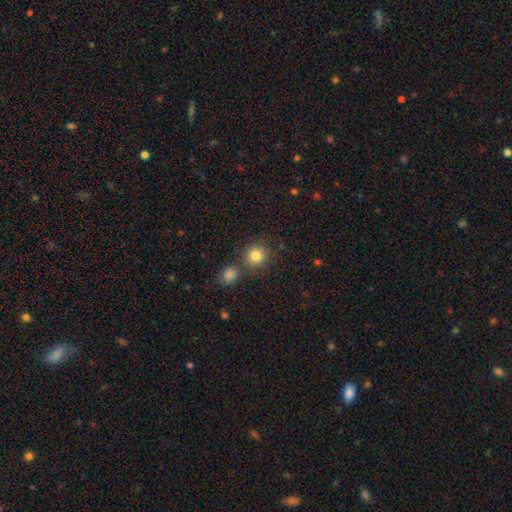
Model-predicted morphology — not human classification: Overall: smooth (83%). How rounded: round (88%). Merging: none (73%).